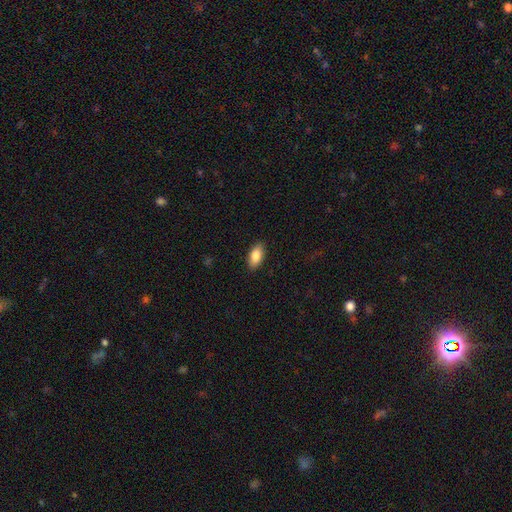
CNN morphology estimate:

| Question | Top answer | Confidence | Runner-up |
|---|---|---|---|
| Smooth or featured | smooth | 85% | featured or disk (9%) |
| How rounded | in between | 91% | cigar-shaped (6%) |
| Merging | none | 89% | minor disturbance (8%) |